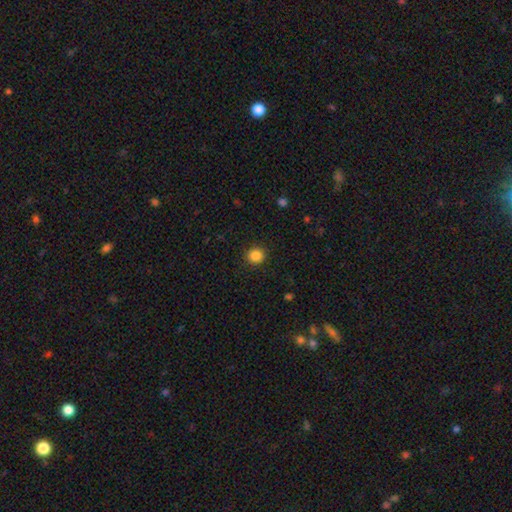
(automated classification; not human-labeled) This is clearly a smooth galaxy (86%). How rounded: clearly round (91%). Merging: clearly none (92%).